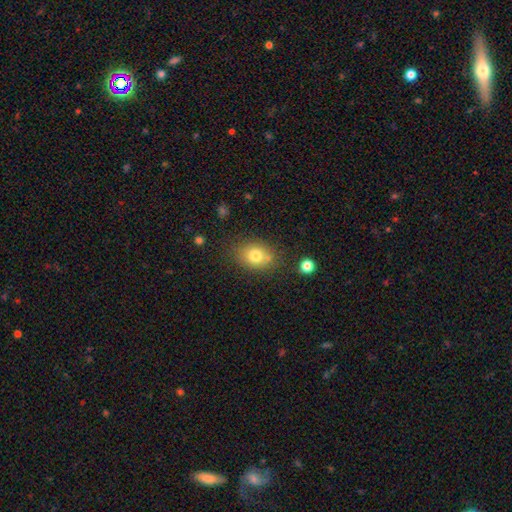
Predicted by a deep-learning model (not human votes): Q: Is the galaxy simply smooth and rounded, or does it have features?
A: smooth — 77%.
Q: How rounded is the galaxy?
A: in between — 57%.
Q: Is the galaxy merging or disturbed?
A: none — 71%.